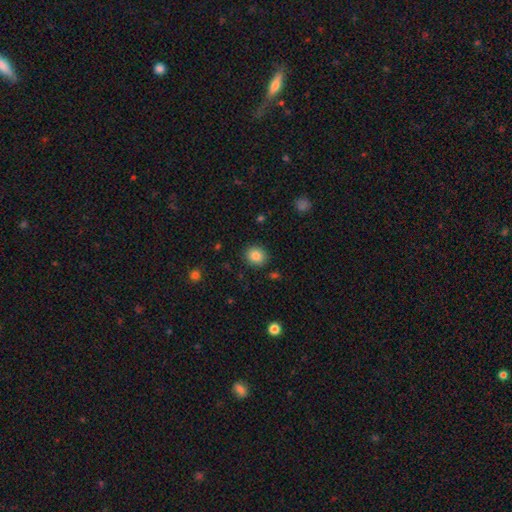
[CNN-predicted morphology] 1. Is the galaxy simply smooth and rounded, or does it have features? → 86% smooth, 9% star or artifact, 5% featured or disk.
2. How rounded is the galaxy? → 79% round, 20% in between, 1% cigar-shaped.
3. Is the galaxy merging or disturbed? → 88% none, 8% minor disturbance, 2% major disturbance, 1% merger.